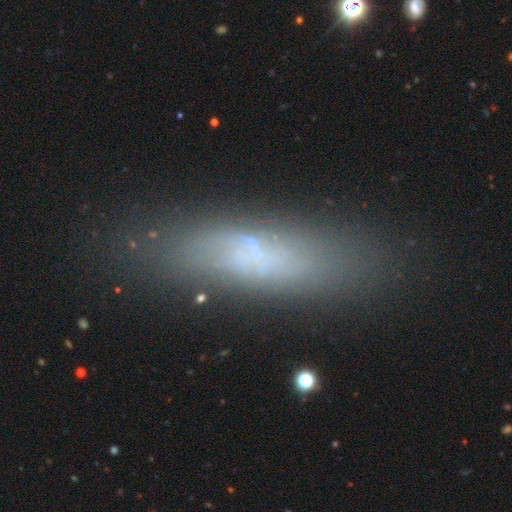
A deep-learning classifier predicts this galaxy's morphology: Q: Smooth or featured?
A: smooth (50%); runner-up: featured or disk (38%)
Q: Merging?
A: none (75%); runner-up: minor disturbance (16%)